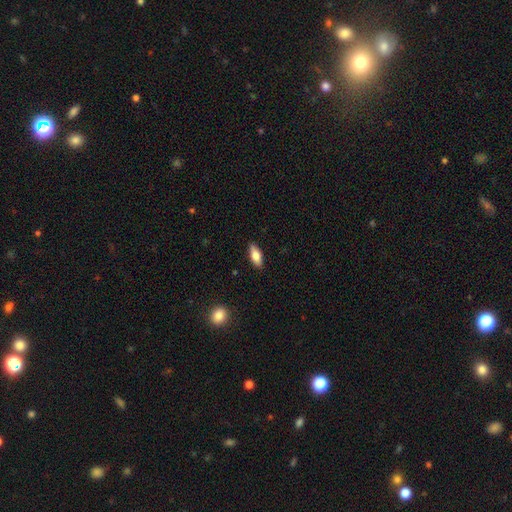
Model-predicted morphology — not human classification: The model was most divided on "how rounded": in between: 78%, cigar-shaped: 19%, round: 3%. More confident: merging — none (87%); smooth or featured — smooth (76%).